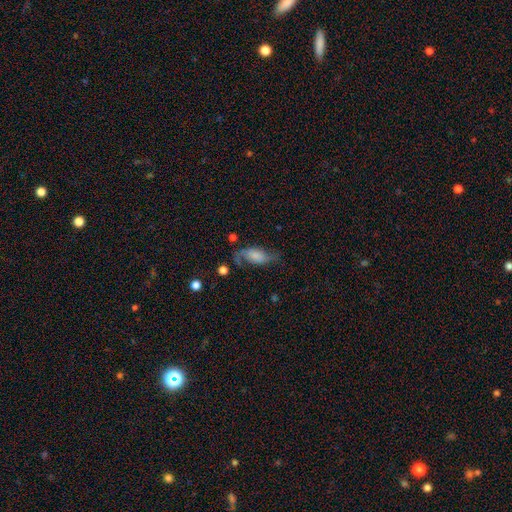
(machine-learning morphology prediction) Smooth or featured? Predicted: smooth (p=0.46). Merging? Predicted: none (p=0.47).